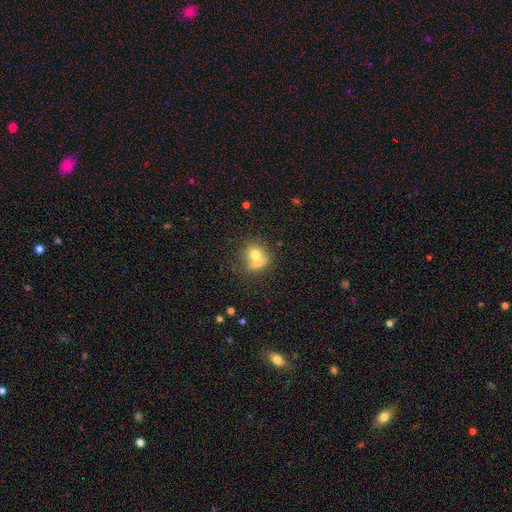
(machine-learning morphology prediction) This appears to be a smooth galaxy with no disk features (69%) that is round (75%). Merging: merger (51%).